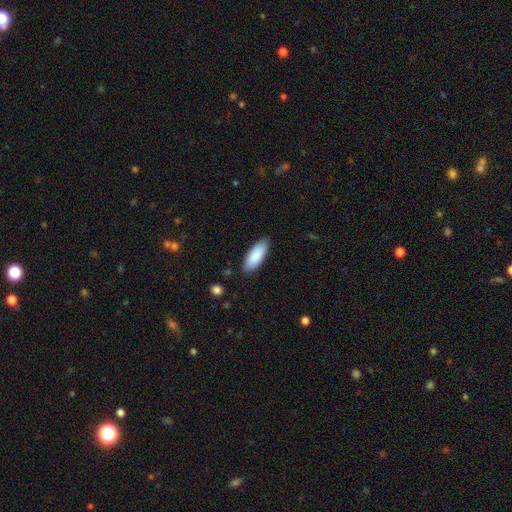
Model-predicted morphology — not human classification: Smooth or featured: smooth — 88% (featured or disk — 7%)
How rounded: in between — 79% (cigar-shaped — 20%)
Merging: none — 87% (minor disturbance — 9%)